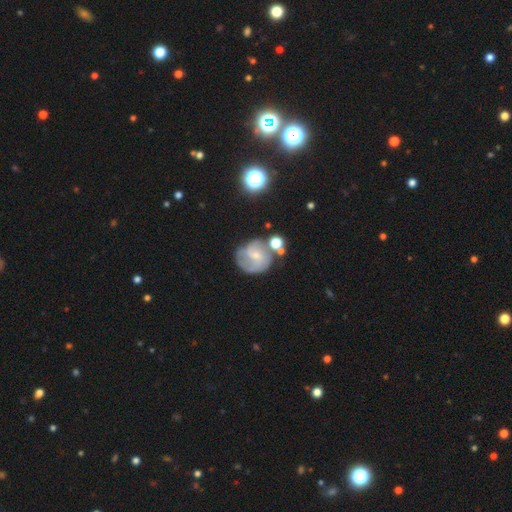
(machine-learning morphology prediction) smooth-or-featured: featured or disk: 63% | smooth: 28% | star or artifact: 9%
  disk-edge-on: no: 98% | yes: 2%
    bar: no: 48% | weak: 43% | strong: 9%
    has-spiral-arms: yes: 80% | no: 20%
    bulge-size: small: 71% | moderate: 19% | none: 8% | large: 1% | dominant: 1%
  merging: none: 52% | minor disturbance: 21% | major disturbance: 14% | merger: 13%